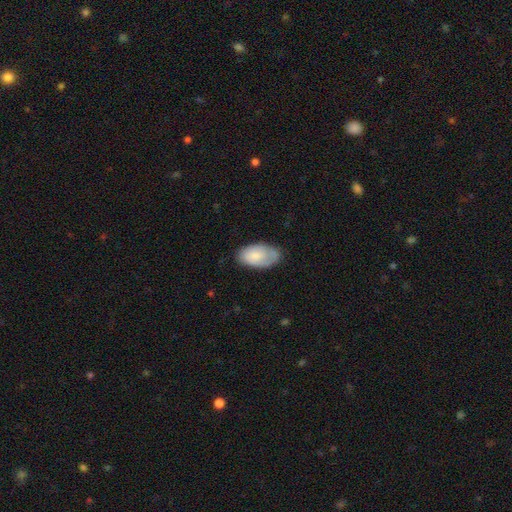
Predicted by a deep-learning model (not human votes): This appears to be a smooth galaxy with no disk features (69%) that is in between round and cigar-shaped (94%). Merging: none (63%).